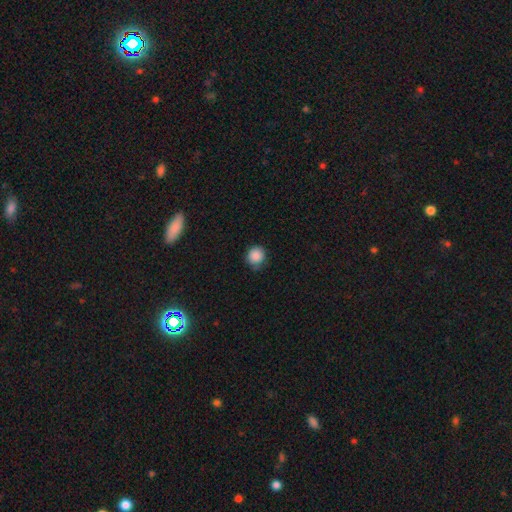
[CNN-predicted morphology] This is clearly a smooth galaxy (87%). How rounded: clearly round (90%). Merging: likely none (75%).